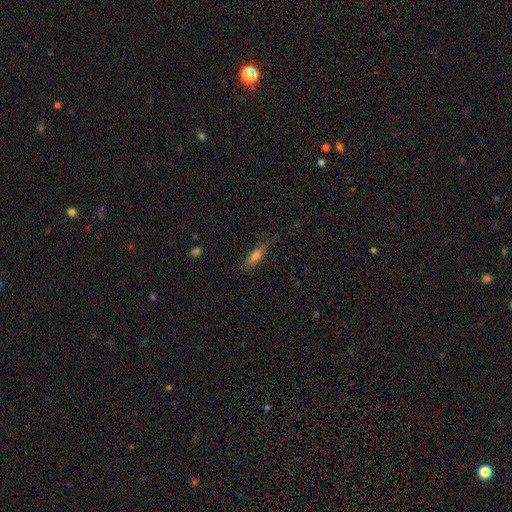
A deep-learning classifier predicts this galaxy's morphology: Smooth or featured?
  - smooth: 61% *
  - featured or disk: 31%
  - star or artifact: 8%
How rounded?
  - cigar-shaped: 63% *
  - in between: 35%
  - round: 3%
Merging?
  - none: 77% *
  - minor disturbance: 18%
  - major disturbance: 4%
  - merger: 1%